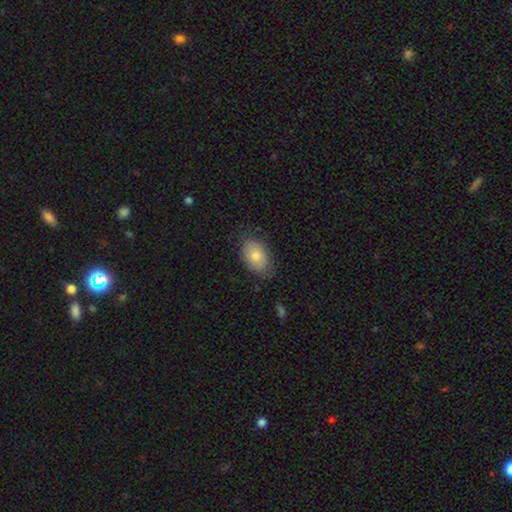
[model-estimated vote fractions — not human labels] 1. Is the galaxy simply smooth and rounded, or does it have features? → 78% smooth, 15% featured or disk, 7% star or artifact.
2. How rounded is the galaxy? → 89% in between, 10% round, 1% cigar-shaped.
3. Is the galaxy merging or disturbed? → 77% none, 17% minor disturbance, 4% major disturbance, 1% merger.